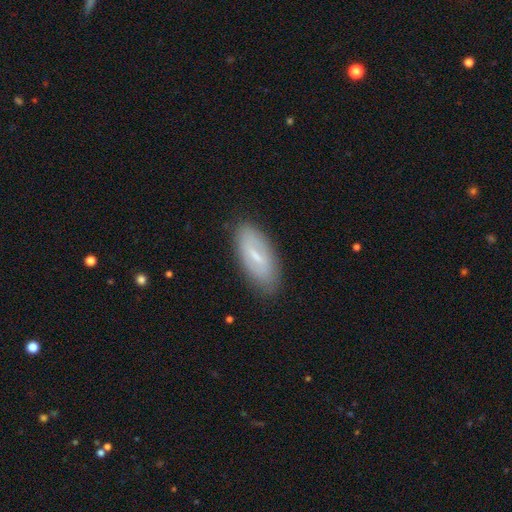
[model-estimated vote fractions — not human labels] Smooth or featured?
  - smooth: 48% *
  - featured or disk: 45%
  - star or artifact: 7%
Merging?
  - none: 83% *
  - minor disturbance: 13%
  - major disturbance: 3%
  - merger: 1%